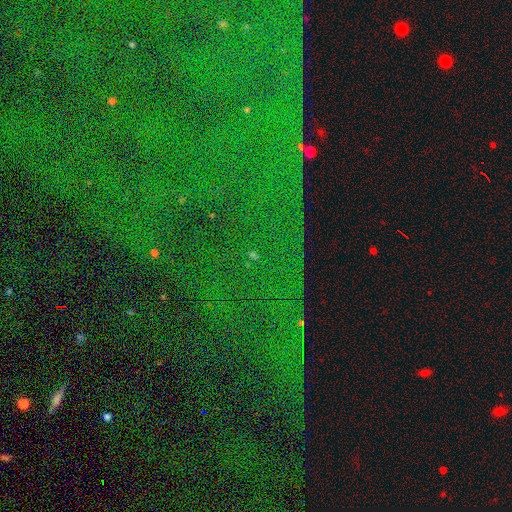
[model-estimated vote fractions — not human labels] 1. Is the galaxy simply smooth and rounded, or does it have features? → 85% star or artifact, 8% featured or disk, 7% smooth.